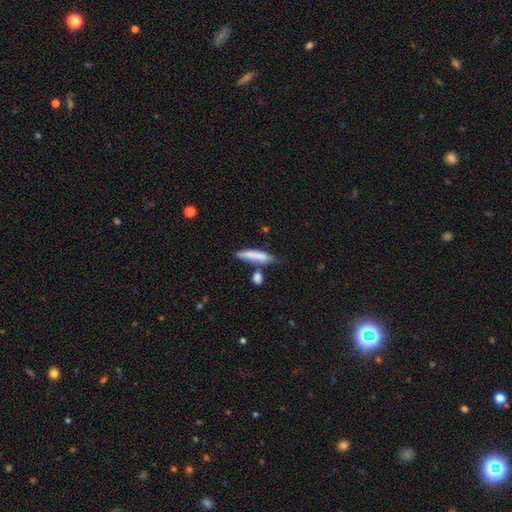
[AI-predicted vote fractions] A smooth galaxy with no disk features (77%) that is cigar-shaped (81%). Merging: none (56%).